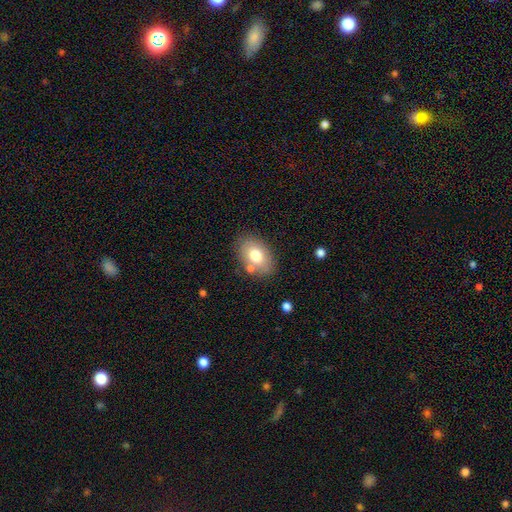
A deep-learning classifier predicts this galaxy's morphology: The model was most divided on "smooth or featured": smooth: 73%, featured or disk: 18%, star or artifact: 8%. More confident: how rounded — in between (83%); merging — none (75%).